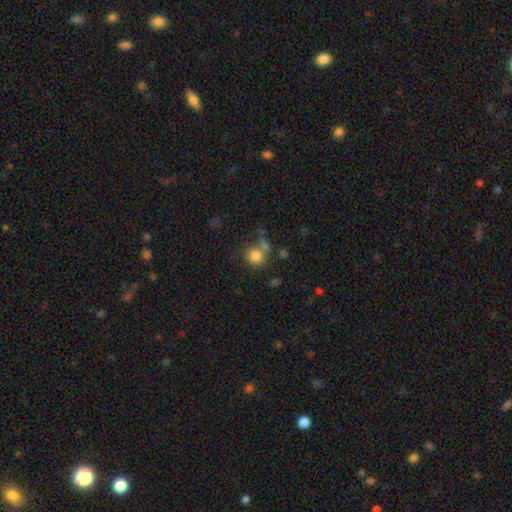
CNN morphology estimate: Smooth or featured?
  - smooth: 81% *
  - star or artifact: 10%
  - featured or disk: 8%
How rounded?
  - round: 86% *
  - in between: 13%
  - cigar-shaped: 1%
Merging?
  - none: 57% *
  - merger: 22%
  - minor disturbance: 13%
  - major disturbance: 8%